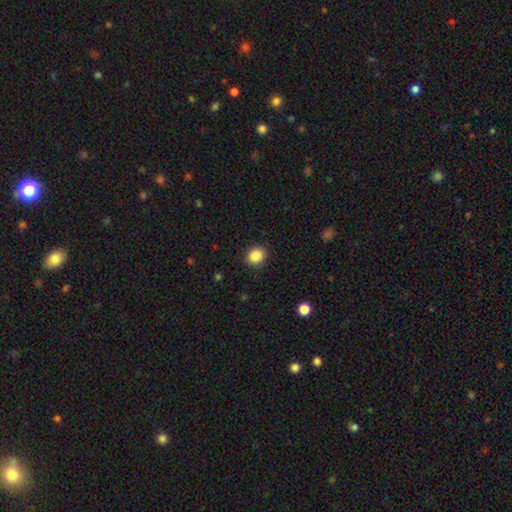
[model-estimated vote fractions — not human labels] Smooth or featured?
  - smooth: 87% *
  - star or artifact: 9%
  - featured or disk: 4%
How rounded?
  - round: 68% *
  - in between: 32%
  - cigar-shaped: 1%
Merging?
  - none: 89% *
  - minor disturbance: 8%
  - major disturbance: 2%
  - merger: 1%